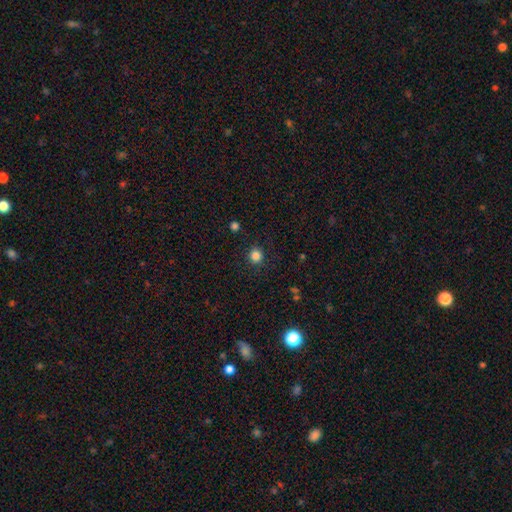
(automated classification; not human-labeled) smooth-or-featured: smooth: 84% | star or artifact: 12% | featured or disk: 4%
  how-rounded: round: 92% | in between: 7% | cigar-shaped: 1%
  merging: none: 90% | minor disturbance: 7% | major disturbance: 3% | merger: 1%